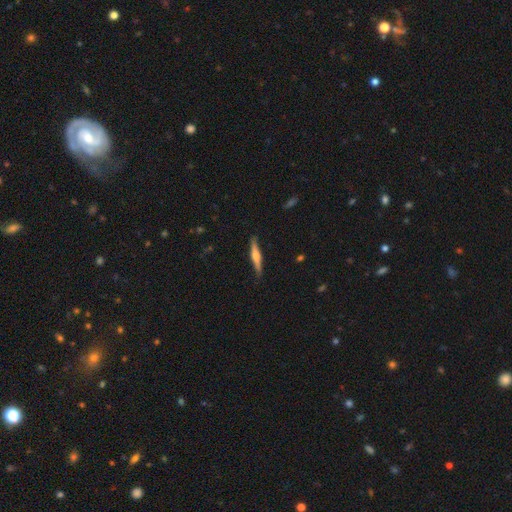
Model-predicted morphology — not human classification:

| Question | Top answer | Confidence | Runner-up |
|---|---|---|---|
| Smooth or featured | featured or disk | 54% | smooth (41%) |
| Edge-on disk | yes | 94% | no (6%) |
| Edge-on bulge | rounded | 77% | none (12%) |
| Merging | none | 81% | minor disturbance (15%) |